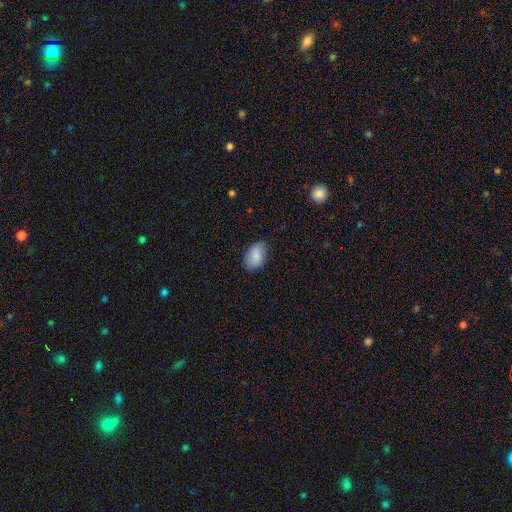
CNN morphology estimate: smooth_or_featured: smooth (p=0.87) [alt: star or artifact p=0.07]
how_rounded: in between (p=0.90) [alt: round p=0.08]
merging: none (p=0.78) [alt: minor disturbance p=0.18]